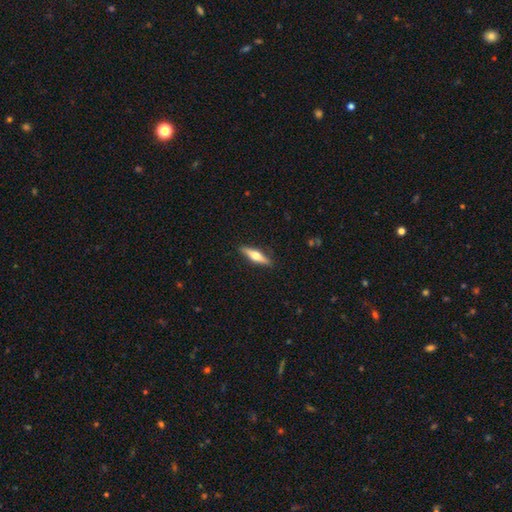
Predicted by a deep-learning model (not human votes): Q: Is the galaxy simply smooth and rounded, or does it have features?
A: featured or disk — 58%.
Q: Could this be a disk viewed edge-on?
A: yes — 96%.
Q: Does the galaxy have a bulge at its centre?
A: rounded — 95%.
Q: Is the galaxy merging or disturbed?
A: none — 90%.